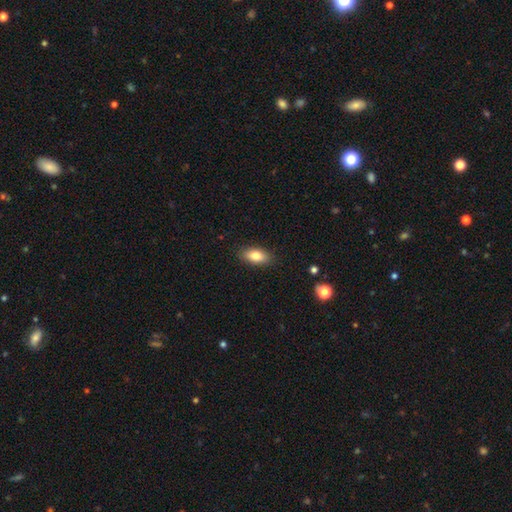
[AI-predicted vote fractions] A smooth galaxy with no disk features (81%) that is in between round and cigar-shaped (88%). Merging: none (88%).